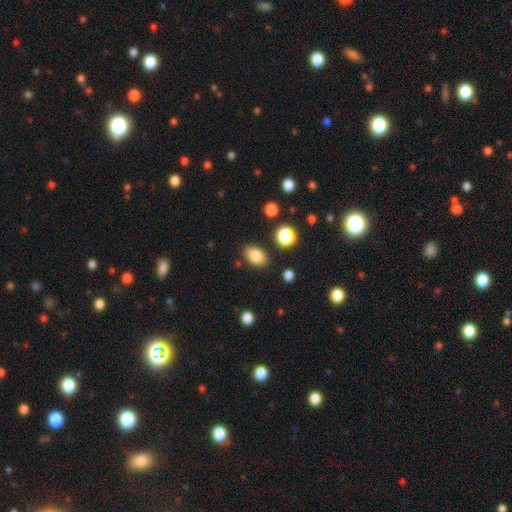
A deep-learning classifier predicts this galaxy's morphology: smooth_or_featured: smooth (p=0.83) [alt: star or artifact p=0.10]
how_rounded: in between (p=0.87) [alt: round p=0.12]
merging: none (p=0.84) [alt: minor disturbance p=0.10]